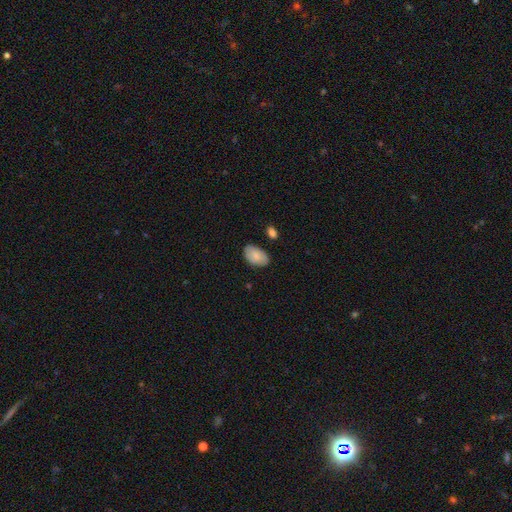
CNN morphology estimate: type=smooth (84%); roundness=in between (93%); merging=none (79%).